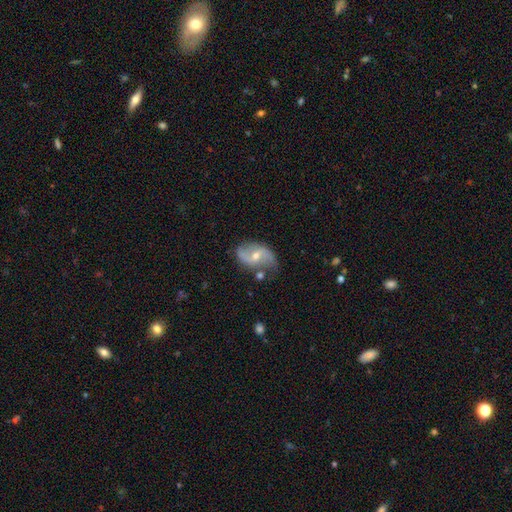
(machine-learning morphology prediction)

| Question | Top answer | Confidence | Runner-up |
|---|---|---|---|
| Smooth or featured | featured or disk | 82% | smooth (11%) |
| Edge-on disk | no | 96% | yes (4%) |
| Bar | weak | 42% | no (40%) |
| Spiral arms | yes | 92% | no (8%) |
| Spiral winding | loose | 62% | medium (28%) |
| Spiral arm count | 2 | 90% | can't tell (4%) |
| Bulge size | moderate | 53% | small (43%) |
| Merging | none | 70% | minor disturbance (19%) |